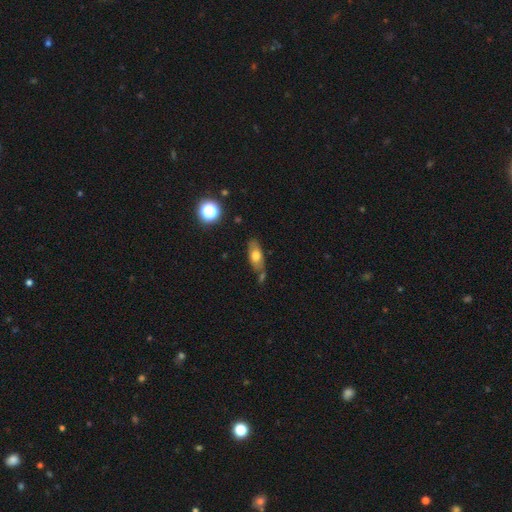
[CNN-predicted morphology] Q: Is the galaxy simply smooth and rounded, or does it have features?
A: smooth — 66%.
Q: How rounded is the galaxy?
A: in between — 76%.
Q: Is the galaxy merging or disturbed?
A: none — 61%.